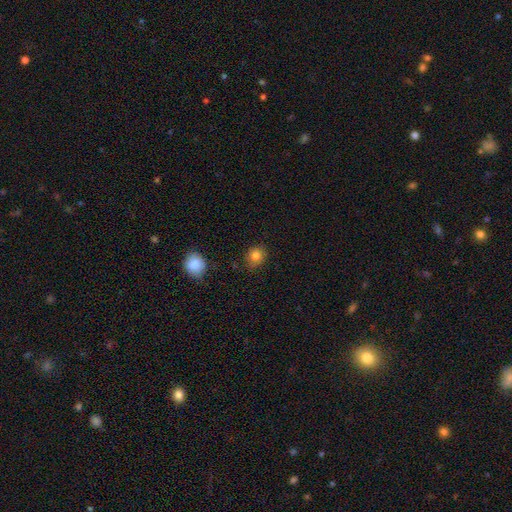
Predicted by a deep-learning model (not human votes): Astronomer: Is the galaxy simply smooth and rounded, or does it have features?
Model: smooth — 83%.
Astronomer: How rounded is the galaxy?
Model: round — 78%.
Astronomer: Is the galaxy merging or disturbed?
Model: none — 84%.